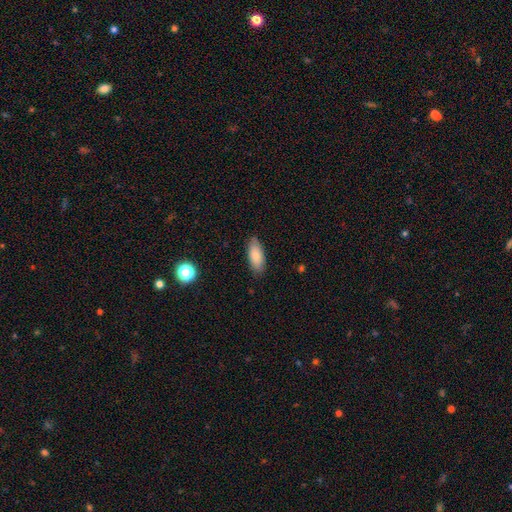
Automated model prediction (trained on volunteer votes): A smooth galaxy with no disk features (83%) that is in between round and cigar-shaped (83%). Merging: none (84%).